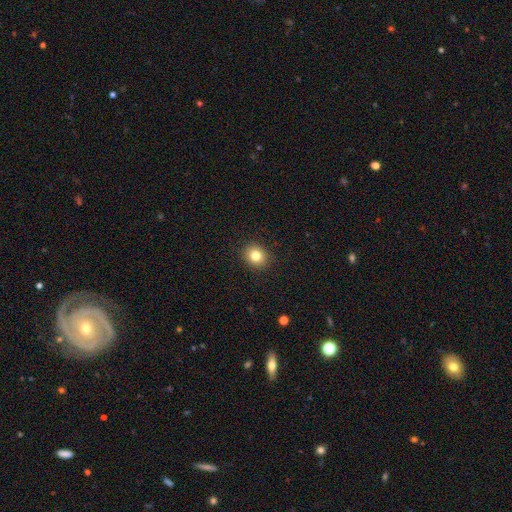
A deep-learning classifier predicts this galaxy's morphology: Overall: smooth (81%). How rounded: round (74%). Merging: none (90%).